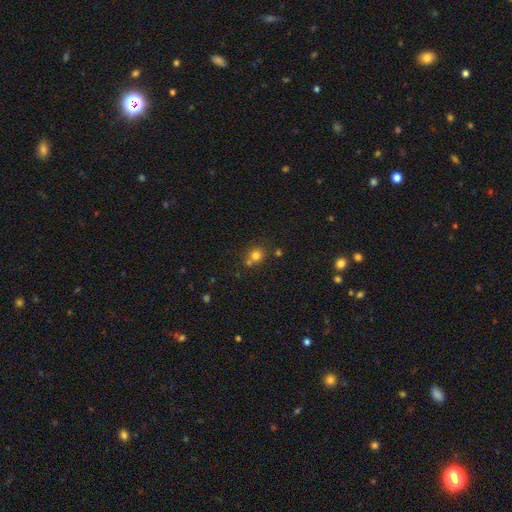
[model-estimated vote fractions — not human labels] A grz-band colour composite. It shows a smooth galaxy with no disk features (76%) that is round (83%). Merging: none (59%).